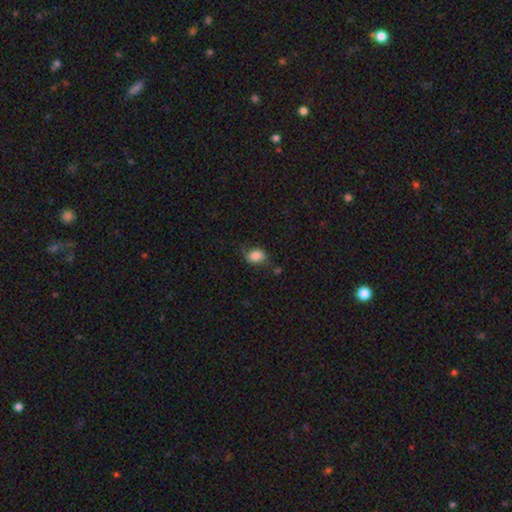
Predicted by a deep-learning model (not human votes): A smooth galaxy with no disk features (82%) that is in between round and cigar-shaped (75%).

Vote fractions:
- Smooth or featured? smooth: 82% / featured or disk: 10% / star or artifact: 8%
- How rounded? in between: 75% / round: 24% / cigar-shaped: 1%
- Merging? none: 61% / minor disturbance: 27% / major disturbance: 9% / merger: 3%